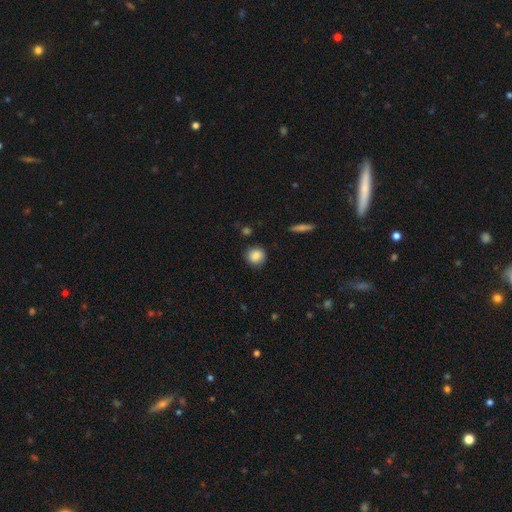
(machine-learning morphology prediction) Smooth or featured? smooth (86%)
How rounded? round (86%)
Merging? none (86%)